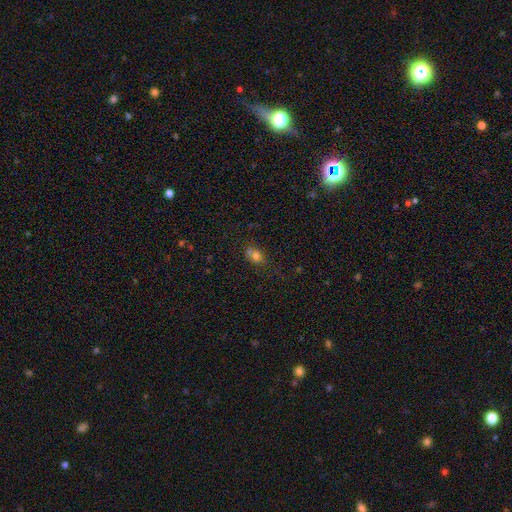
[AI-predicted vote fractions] A smooth galaxy with no disk features (72%) that is round (53%).

Vote fractions:
- Smooth or featured? smooth: 72% / star or artifact: 15% / featured or disk: 13%
- How rounded? round: 53% / in between: 45% / cigar-shaped: 2%
- Merging? none: 47% / merger: 31% / minor disturbance: 16% / major disturbance: 6%